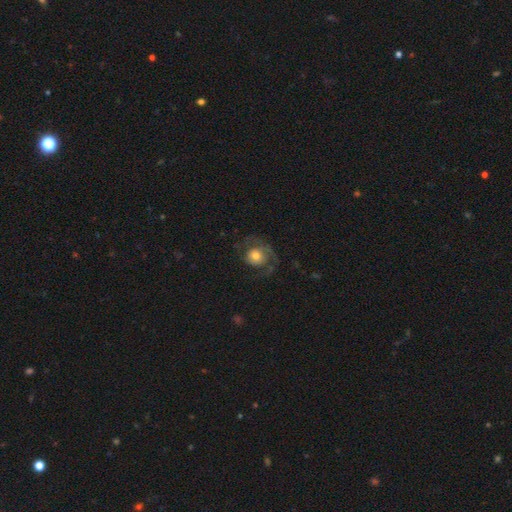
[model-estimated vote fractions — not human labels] A featured or disk galaxy (55%) with no bar (80%), spiral arms (80%) and a moderate central bulge (60%). Merging: none (54%).